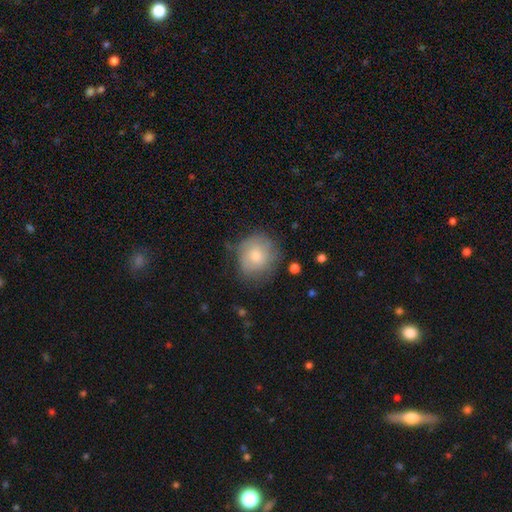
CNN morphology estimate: A smooth galaxy with no disk features (65%) that is round (85%).

Vote fractions:
- Smooth or featured? smooth: 65% / featured or disk: 28% / star or artifact: 7%
- How rounded? round: 85% / in between: 15% / cigar-shaped: 1%
- Merging? none: 64% / minor disturbance: 25% / major disturbance: 9% / merger: 2%